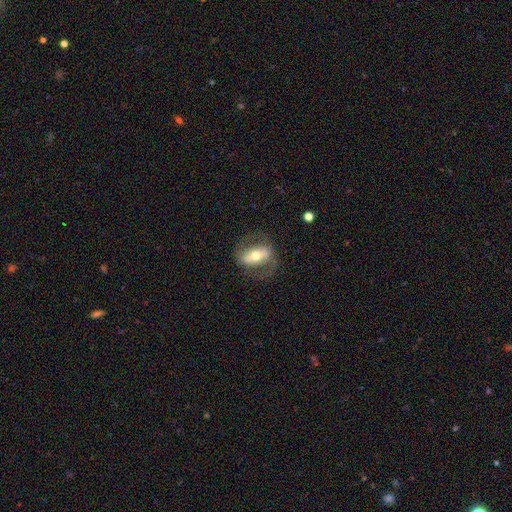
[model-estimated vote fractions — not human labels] A featured or disk galaxy (67%) with a strong bar (55%), spiral arms (66%) and a moderate central bulge (67%). Merging: none (71%).